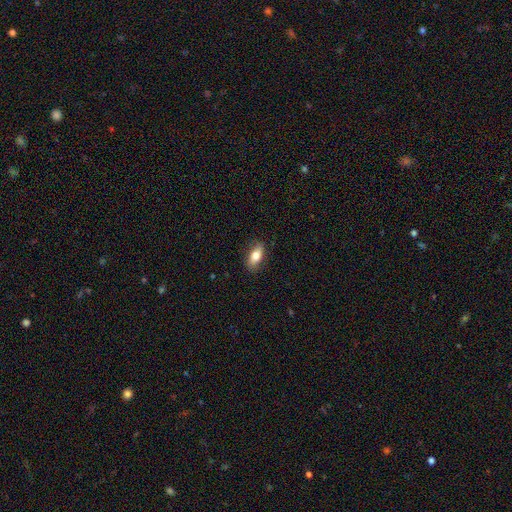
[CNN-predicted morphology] Smooth or featured?
  - smooth: 74% *
  - featured or disk: 19%
  - star or artifact: 7%
How rounded?
  - in between: 85% *
  - cigar-shaped: 11%
  - round: 5%
Merging?
  - none: 83% *
  - minor disturbance: 13%
  - major disturbance: 3%
  - merger: 1%